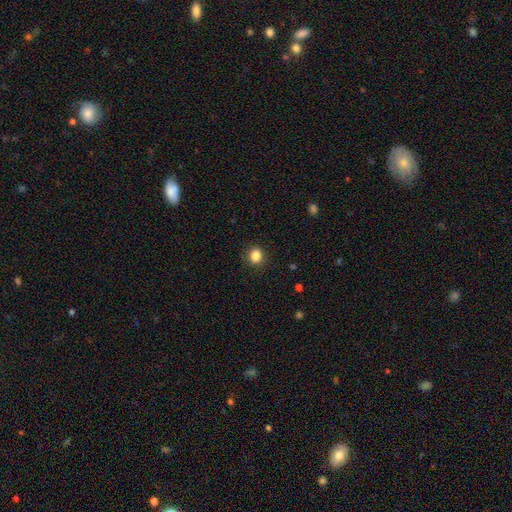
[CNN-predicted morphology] Q: Smooth or featured?
A: smooth (86%); runner-up: star or artifact (10%)
Q: How rounded?
A: round (72%); runner-up: in between (27%)
Q: Merging?
A: none (89%); runner-up: minor disturbance (8%)